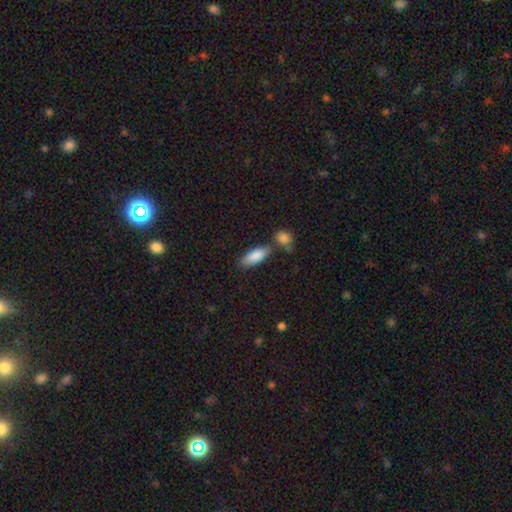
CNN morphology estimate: smooth_or_featured: smooth (p=0.86) [alt: featured or disk p=0.08]
how_rounded: in between (p=0.73) [alt: cigar-shaped p=0.25]
merging: none (p=0.65) [alt: merger p=0.18]